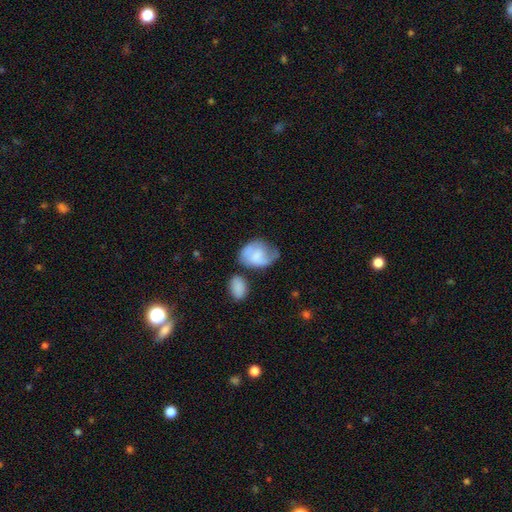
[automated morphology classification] Q: Smooth or featured?
A: smooth (55%); runner-up: featured or disk (38%)
Q: How rounded?
A: in between (70%); runner-up: round (29%)
Q: Merging?
A: none (34%); runner-up: minor disturbance (30%)